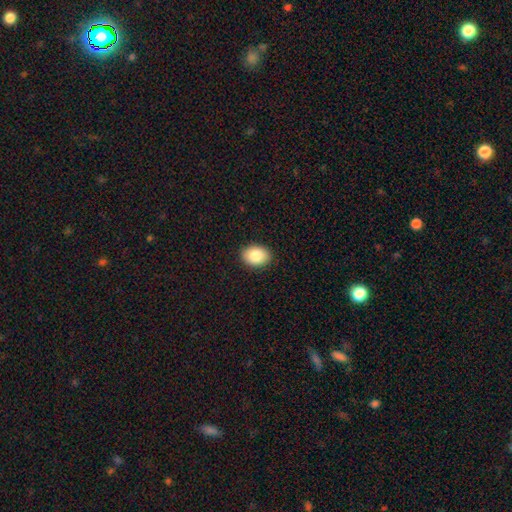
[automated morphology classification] A smooth galaxy with no disk features (85%) that is in between round and cigar-shaped (73%). Merging: none (91%).